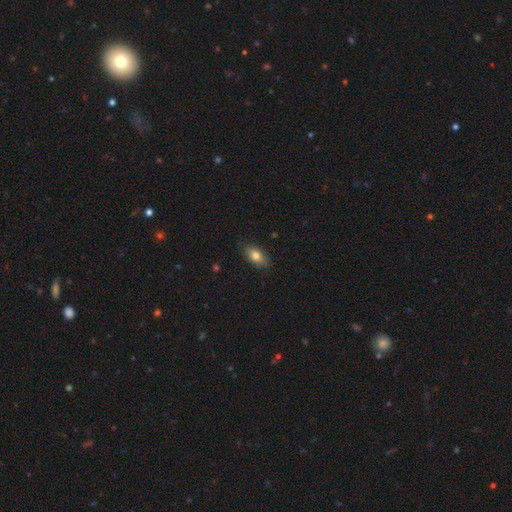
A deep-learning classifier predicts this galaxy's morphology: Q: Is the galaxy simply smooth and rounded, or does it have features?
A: smooth — 78%.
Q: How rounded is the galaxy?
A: in between — 87%.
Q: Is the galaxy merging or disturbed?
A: none — 84%.